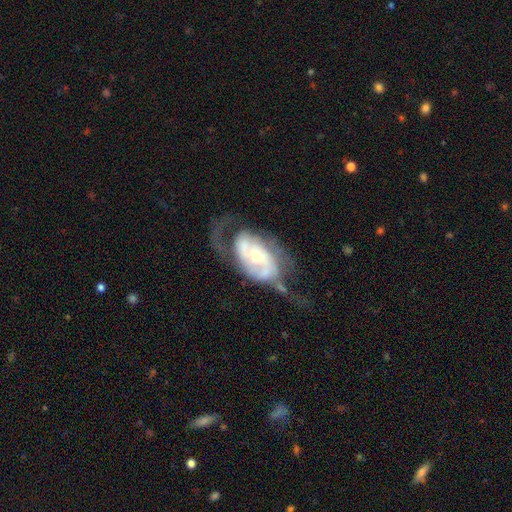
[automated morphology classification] type=featured or disk (83%); edge-on=no (95%); bar=no (57%); spiral arms=yes (89%); winding=medium (42%); arm count=2 (67%); bulge=small (46%); merging=none (40%).